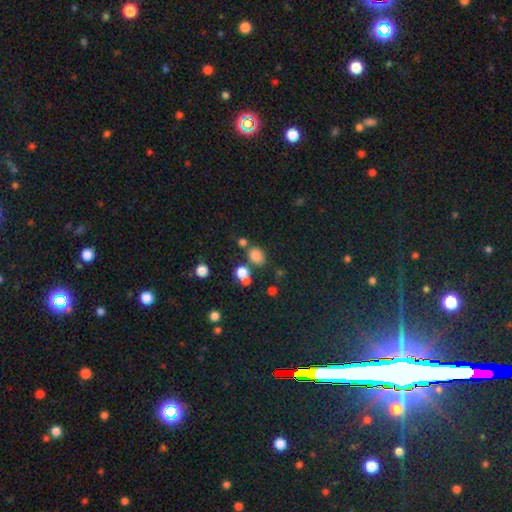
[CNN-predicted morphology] Smooth or featured?
  - smooth: 77% *
  - star or artifact: 16%
  - featured or disk: 7%
How rounded?
  - in between: 54% *
  - round: 45%
  - cigar-shaped: 1%
Merging?
  - none: 67% *
  - merger: 16%
  - minor disturbance: 12%
  - major disturbance: 5%